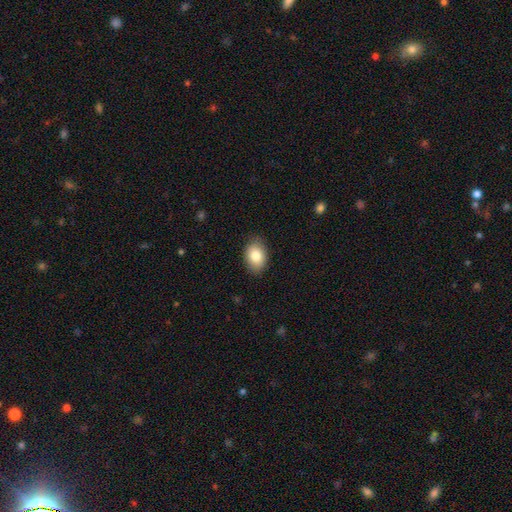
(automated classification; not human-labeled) smooth 84%, featured or disk 9%, star or artifact 7%. Down the decision tree: how rounded — in between (82%); merging — none (85%).